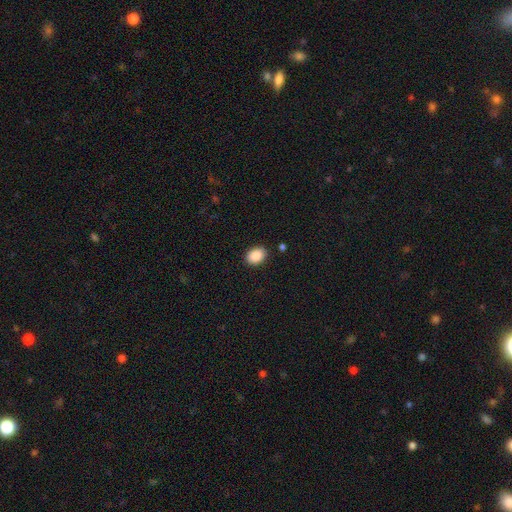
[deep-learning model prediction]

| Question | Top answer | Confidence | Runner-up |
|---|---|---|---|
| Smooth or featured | smooth | 90% | star or artifact (7%) |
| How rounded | in between | 74% | round (25%) |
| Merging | none | 87% | minor disturbance (9%) |